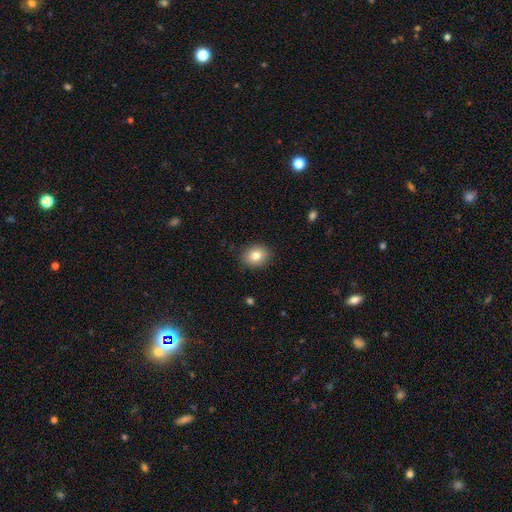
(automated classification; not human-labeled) Smooth or featured: smooth — 82% (star or artifact — 9%)
How rounded: round — 59% (in between — 40%)
Merging: none — 88% (minor disturbance — 9%)